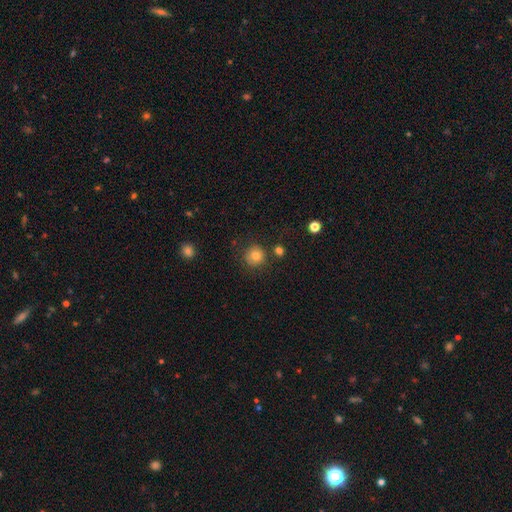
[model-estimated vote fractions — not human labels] smooth_or_featured: smooth (p=0.81) [alt: star or artifact p=0.12]
how_rounded: round (p=0.93) [alt: in between p=0.06]
merging: none (p=0.83) [alt: minor disturbance p=0.09]